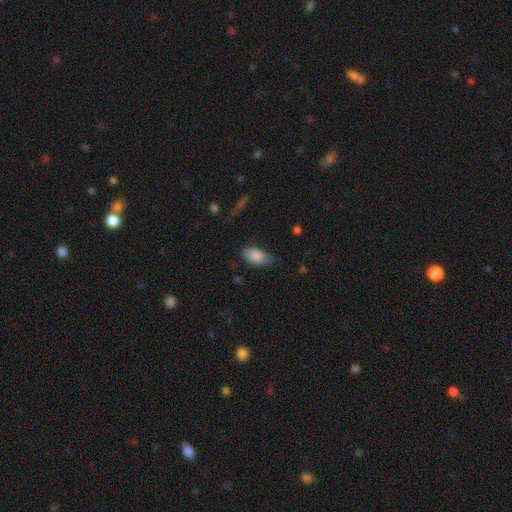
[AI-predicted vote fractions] Smooth or featured?
  - smooth: 87% *
  - star or artifact: 7%
  - featured or disk: 6%
How rounded?
  - in between: 92% *
  - round: 4%
  - cigar-shaped: 4%
Merging?
  - none: 69% *
  - minor disturbance: 24%
  - major disturbance: 5%
  - merger: 1%